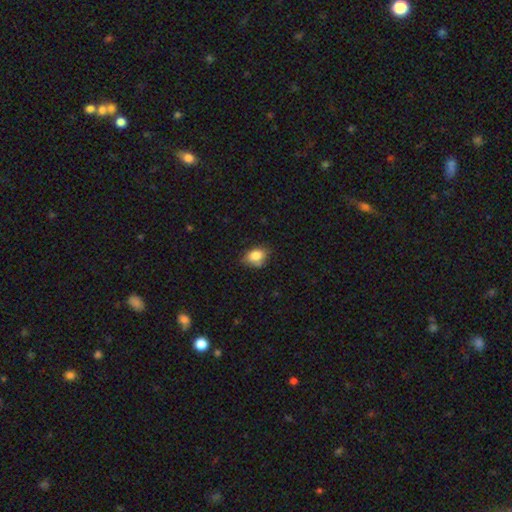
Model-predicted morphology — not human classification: The model was most divided on "merging": none: 63%, minor disturbance: 29%, major disturbance: 5%, merger: 3%. More confident: smooth or featured — smooth (81%); how rounded — in between (72%).